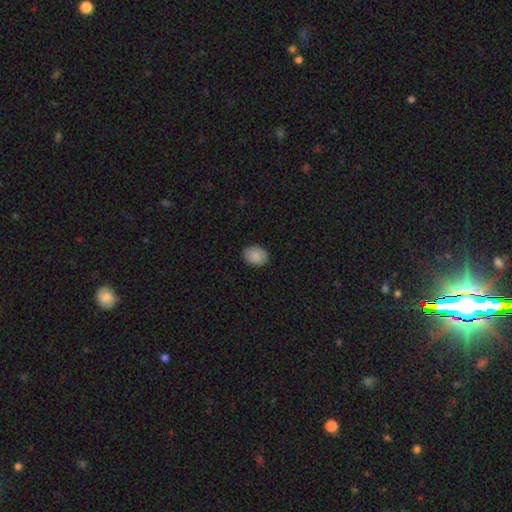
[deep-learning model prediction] Morphology: type=smooth (89%); roundness=in between (51%); merging=none (85%).